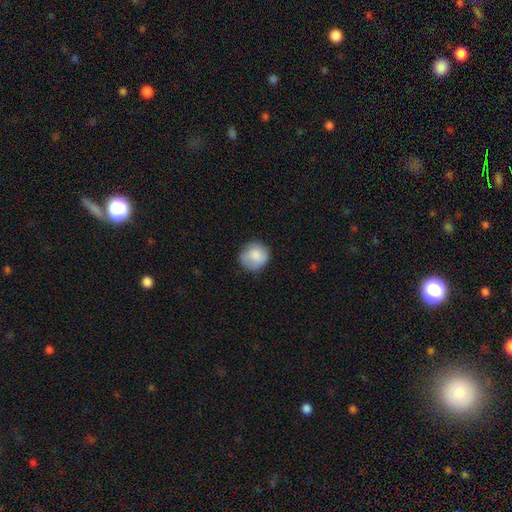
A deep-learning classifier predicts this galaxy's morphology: Smooth or featured? Predicted: smooth (p=0.83). How rounded? Predicted: round (p=0.88). Merging? Predicted: none (p=0.78).